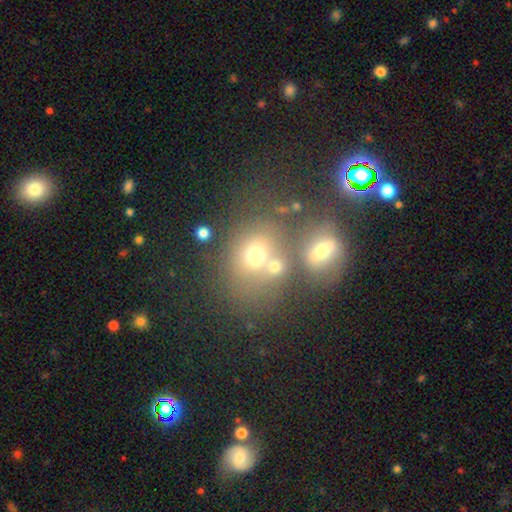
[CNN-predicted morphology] Smooth or featured: smooth — 65% (featured or disk — 19%)
How rounded: round — 64% (in between — 34%)
Merging: merger — 44% (none — 40%)